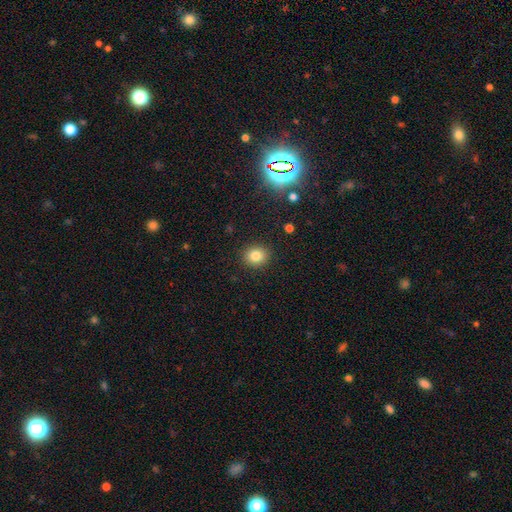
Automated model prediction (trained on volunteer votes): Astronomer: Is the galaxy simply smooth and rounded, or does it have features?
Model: smooth — 82%.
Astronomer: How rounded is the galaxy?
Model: round — 75%.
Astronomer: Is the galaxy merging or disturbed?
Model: none — 90%.